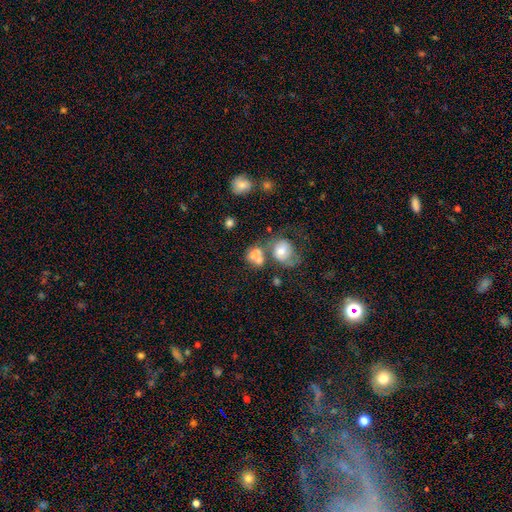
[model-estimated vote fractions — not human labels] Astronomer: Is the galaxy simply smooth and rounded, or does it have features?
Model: smooth — 66%.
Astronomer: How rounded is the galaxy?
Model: round — 54% (runner-up: in between, 45%).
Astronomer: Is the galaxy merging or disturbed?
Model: merger — 53%.